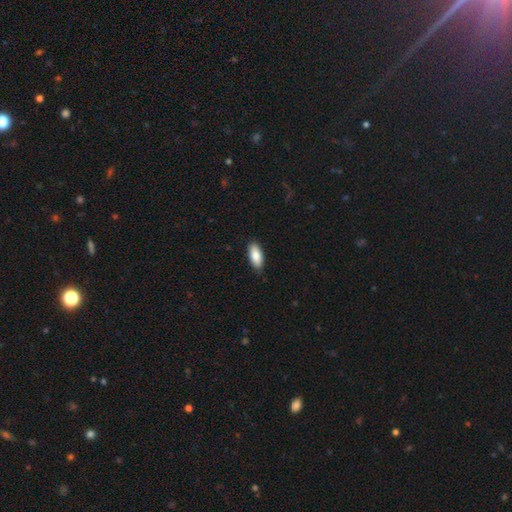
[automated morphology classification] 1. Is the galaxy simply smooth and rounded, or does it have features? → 85% smooth, 9% featured or disk, 6% star or artifact.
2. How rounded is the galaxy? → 87% in between, 11% cigar-shaped, 2% round.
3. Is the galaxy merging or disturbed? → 88% none, 9% minor disturbance, 2% major disturbance, 1% merger.